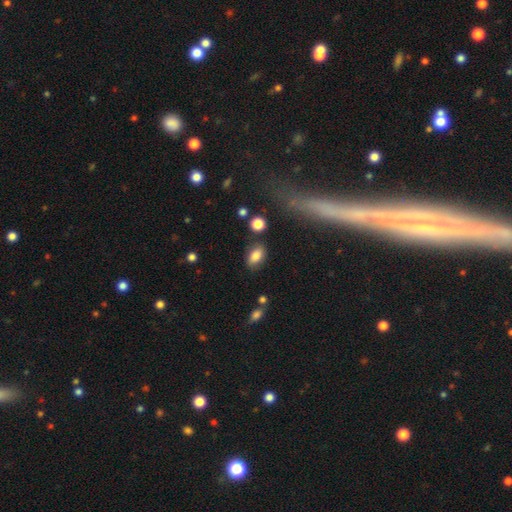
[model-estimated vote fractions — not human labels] smooth_or_featured: smooth (p=0.83) [alt: featured or disk p=0.09]
how_rounded: in between (p=0.88) [alt: round p=0.10]
merging: none (p=0.79) [alt: minor disturbance p=0.14]